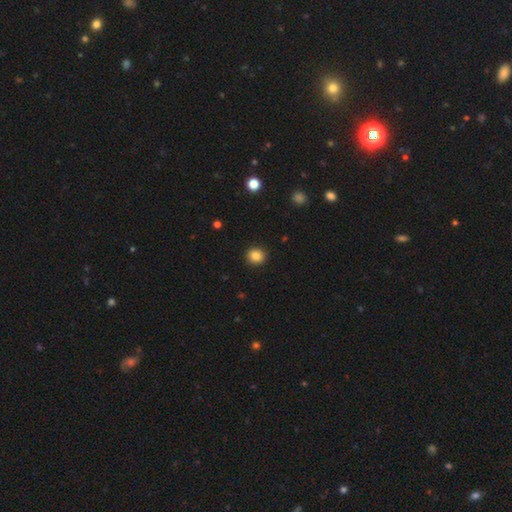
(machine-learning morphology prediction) smooth 86%, star or artifact 10%, featured or disk 4%. Down the decision tree: how rounded — round (81%); merging — none (91%).